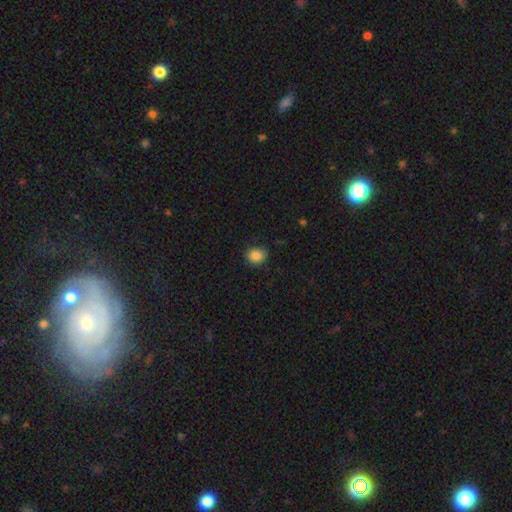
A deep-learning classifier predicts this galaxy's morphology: Q: Smooth or featured?
A: smooth (84%); runner-up: star or artifact (10%)
Q: How rounded?
A: round (61%); runner-up: in between (38%)
Q: Merging?
A: none (81%); runner-up: minor disturbance (15%)